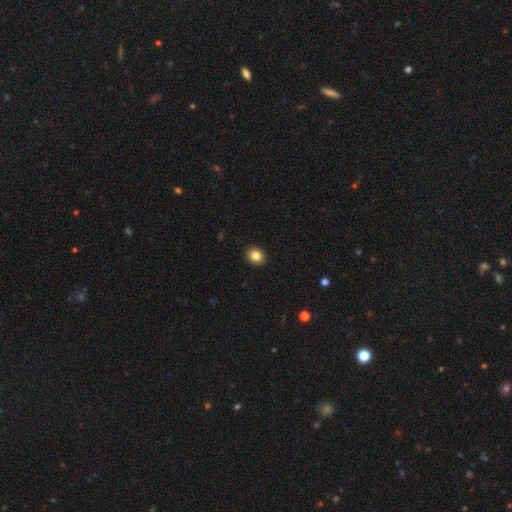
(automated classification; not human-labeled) Q: Smooth or featured?
A: smooth (84%); runner-up: star or artifact (9%)
Q: How rounded?
A: round (52%); runner-up: in between (47%)
Q: Merging?
A: none (91%); runner-up: minor disturbance (6%)